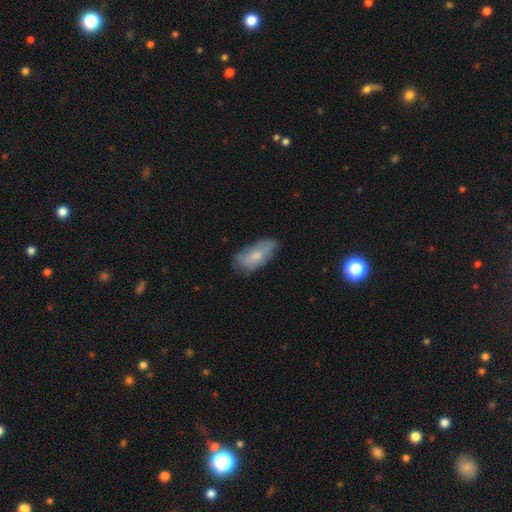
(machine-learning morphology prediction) type=smooth (65%); roundness=in between (88%); merging=none (61%).